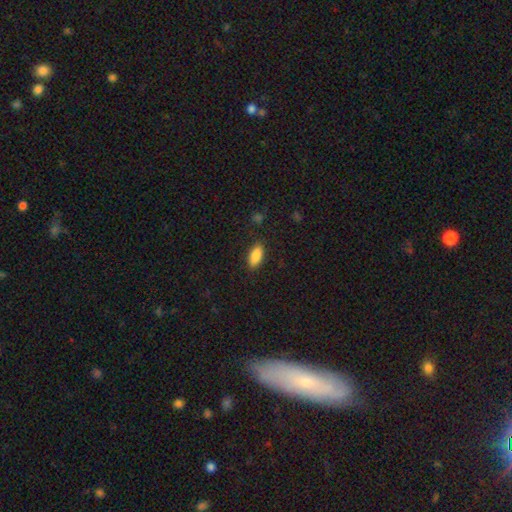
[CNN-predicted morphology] This is clearly a smooth galaxy (88%). How rounded: clearly in between (88%). Merging: clearly none (87%).